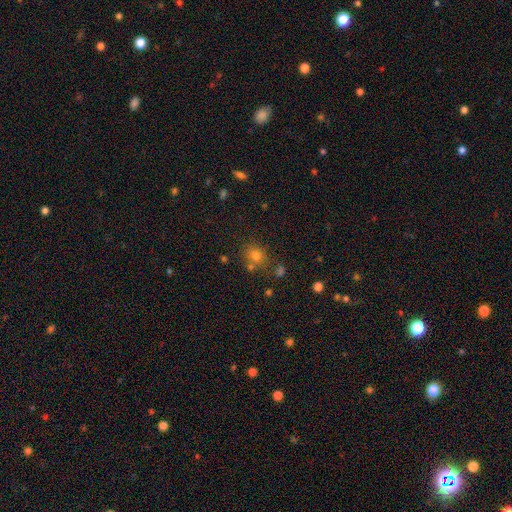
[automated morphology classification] Overall: smooth (68%). How rounded: round (75%). Merging: none (72%).